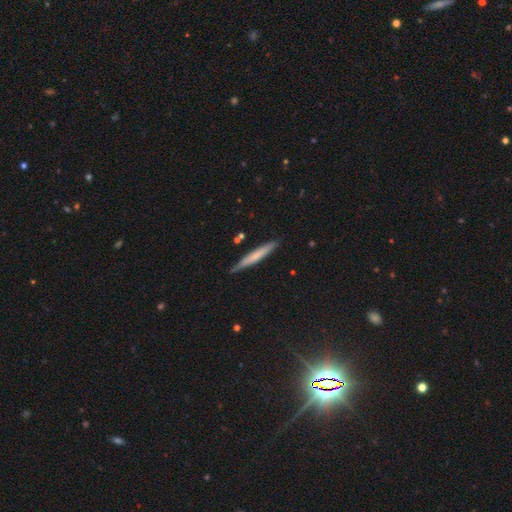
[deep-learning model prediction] Q: Smooth or featured?
A: smooth (61%); runner-up: featured or disk (33%)
Q: How rounded?
A: cigar-shaped (95%); runner-up: in between (3%)
Q: Merging?
A: none (83%); runner-up: minor disturbance (13%)